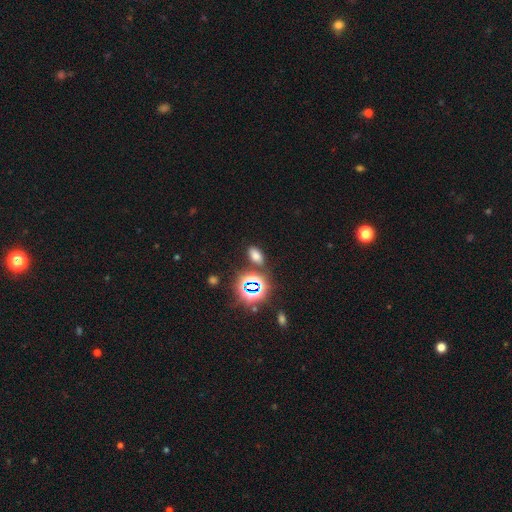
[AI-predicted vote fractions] Overall: smooth (62%; star or artifact 31%). How rounded: in between (86%). Merging: none (81%).